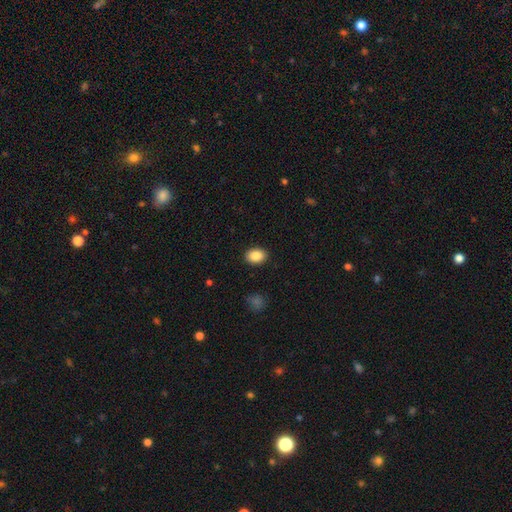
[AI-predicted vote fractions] Smooth or featured: smooth — 88% (star or artifact — 8%)
How rounded: in between — 71% (round — 29%)
Merging: none — 90% (minor disturbance — 7%)